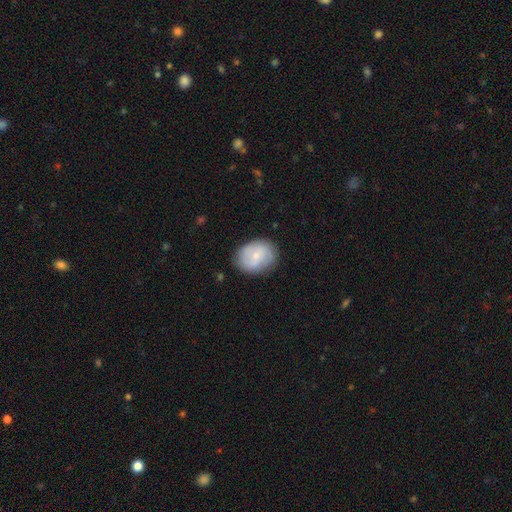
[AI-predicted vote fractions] This appears to be a smooth galaxy with no disk features (50%) that is in between round and cigar-shaped (54%). Merging: none (79%).